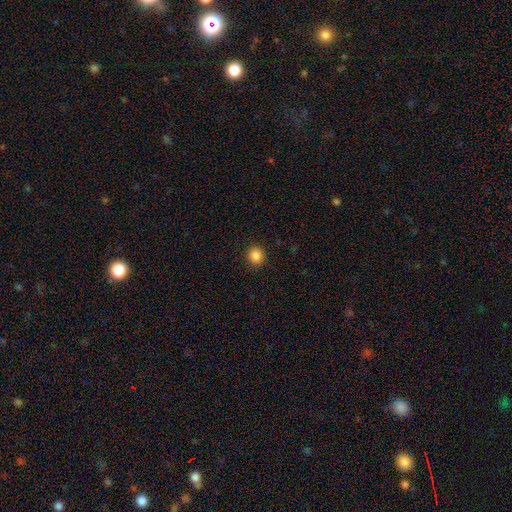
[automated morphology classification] Smooth or featured: smooth — 86% (star or artifact — 11%)
How rounded: round — 90% (in between — 9%)
Merging: none — 92% (minor disturbance — 6%)